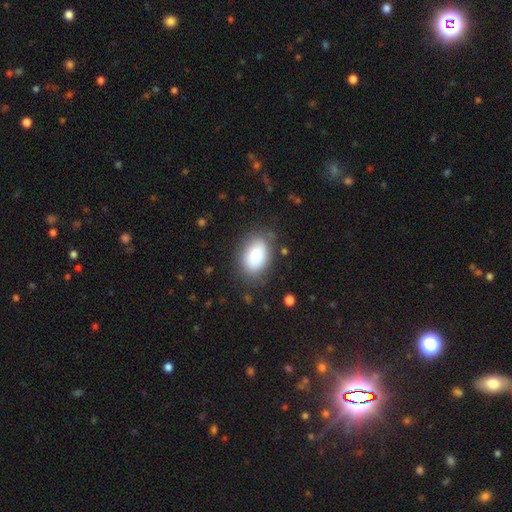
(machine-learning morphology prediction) Smooth or featured: smooth — 80% (featured or disk — 12%)
How rounded: in between — 82% (round — 17%)
Merging: none — 77% (minor disturbance — 16%)